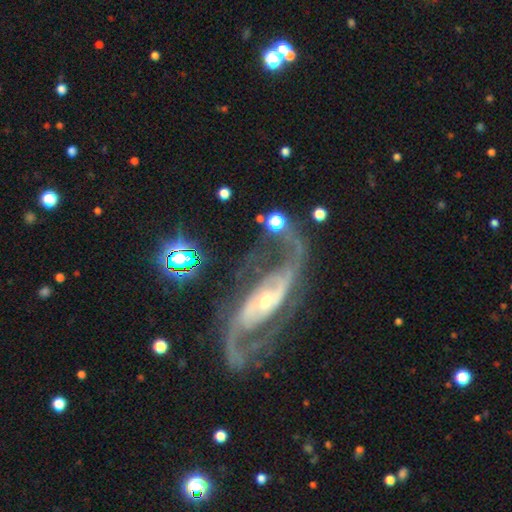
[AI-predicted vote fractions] Smooth or featured?
  - featured or disk: 91% *
  - star or artifact: 6%
  - smooth: 3%
Edge-on disk?
  - no: 95% *
  - yes: 5%
Bar?
  - strong: 39% *
  - weak: 31%
  - no: 30%
Spiral arms?
  - yes: 98% *
  - no: 2%
Spiral winding?
  - medium: 50% *
  - loose: 36%
  - tight: 15%
Spiral arm count?
  - 2: 92% *
  - can't tell: 2%
  - 3: 2%
  - 1: 1%
  - 4: 1%
  - more than 4: 1%
Bulge size?
  - small: 68% *
  - moderate: 27%
  - large: 2%
  - none: 2%
  - dominant: 1%
Merging?
  - none: 69% *
  - minor disturbance: 15%
  - major disturbance: 11%
  - merger: 5%